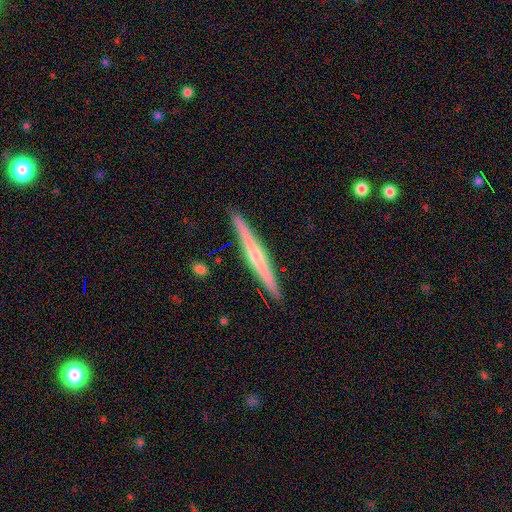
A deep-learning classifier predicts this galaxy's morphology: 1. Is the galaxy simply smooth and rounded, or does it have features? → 70% featured or disk, 24% smooth, 6% star or artifact.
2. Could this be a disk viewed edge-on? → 98% yes, 2% no.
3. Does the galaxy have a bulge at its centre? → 62% rounded, 29% none, 10% boxy.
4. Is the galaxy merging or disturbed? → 91% none, 6% minor disturbance, 1% merger, 1% major disturbance.